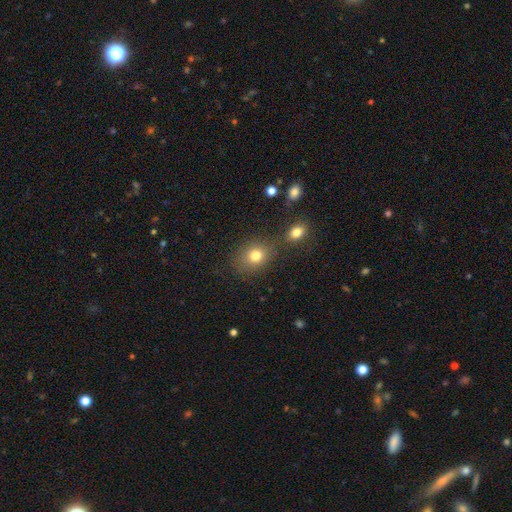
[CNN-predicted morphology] Smooth or featured?
  - smooth: 79% *
  - star or artifact: 12%
  - featured or disk: 9%
How rounded?
  - round: 57% *
  - in between: 42%
  - cigar-shaped: 1%
Merging?
  - none: 70% *
  - minor disturbance: 13%
  - merger: 12%
  - major disturbance: 5%